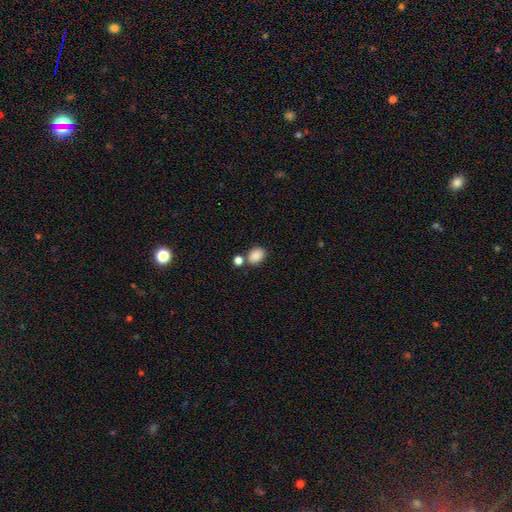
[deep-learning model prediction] Overall: smooth (87%). How rounded: in between (72%). Merging: none (67%).